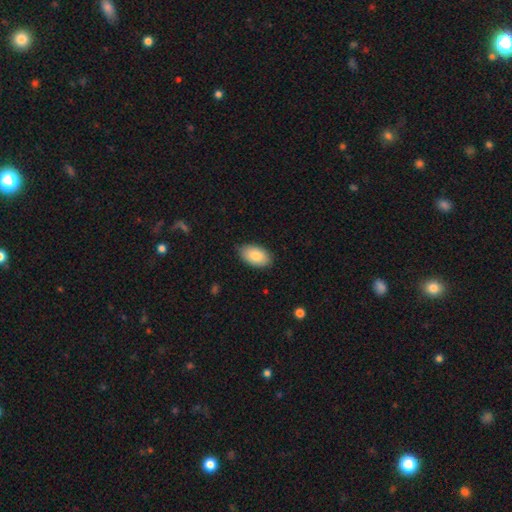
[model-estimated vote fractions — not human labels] Smooth or featured: smooth — 85% (featured or disk — 9%)
How rounded: in between — 94% (round — 5%)
Merging: none — 84% (minor disturbance — 13%)